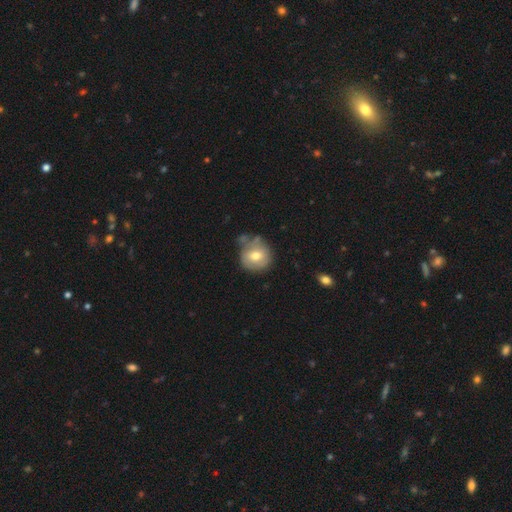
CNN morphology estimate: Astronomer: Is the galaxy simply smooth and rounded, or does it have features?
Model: smooth — 67%.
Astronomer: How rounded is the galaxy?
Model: round — 86%.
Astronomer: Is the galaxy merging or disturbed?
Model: none — 56%.